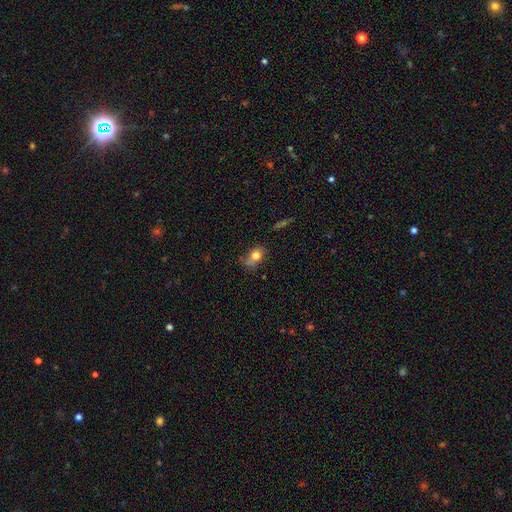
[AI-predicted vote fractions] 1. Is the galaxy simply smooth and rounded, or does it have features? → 77% smooth, 13% featured or disk, 11% star or artifact.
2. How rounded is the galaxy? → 64% in between, 33% round, 3% cigar-shaped.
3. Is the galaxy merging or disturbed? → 52% none, 31% minor disturbance, 12% major disturbance, 5% merger.